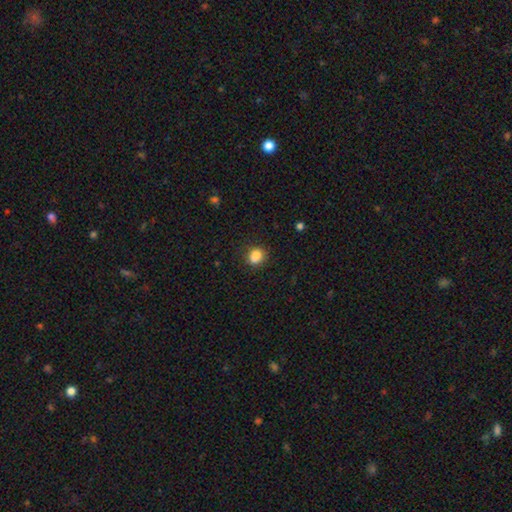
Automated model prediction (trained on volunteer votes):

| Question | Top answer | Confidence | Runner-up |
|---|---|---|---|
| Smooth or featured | smooth | 85% | star or artifact (10%) |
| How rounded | round | 50% | in between (49%) |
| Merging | none | 76% | minor disturbance (16%) |